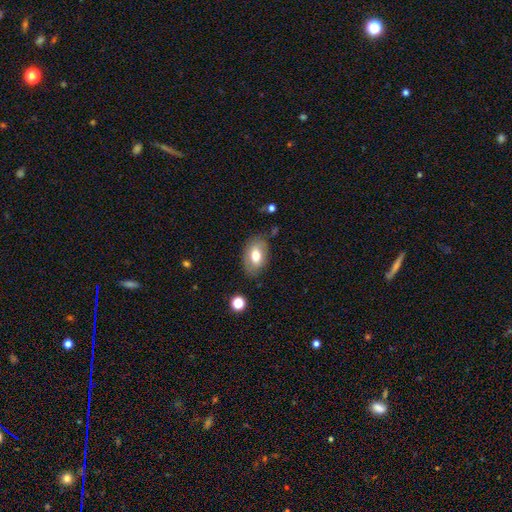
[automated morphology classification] Q: Smooth or featured?
A: smooth (71%); runner-up: featured or disk (21%)
Q: How rounded?
A: in between (89%); runner-up: round (9%)
Q: Merging?
A: none (78%); runner-up: minor disturbance (16%)